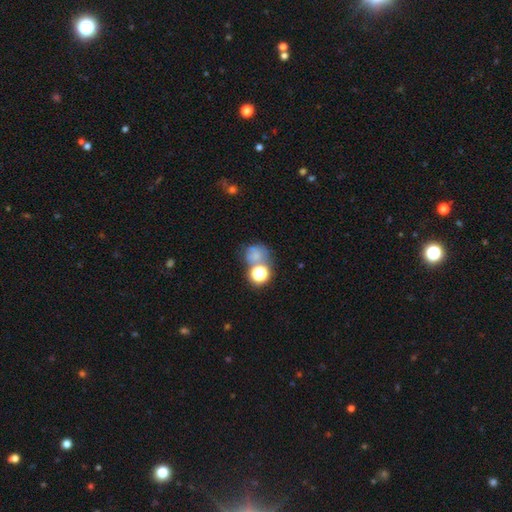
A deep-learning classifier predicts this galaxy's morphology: type=smooth (61%); roundness=round (71%); merging=none (39%).